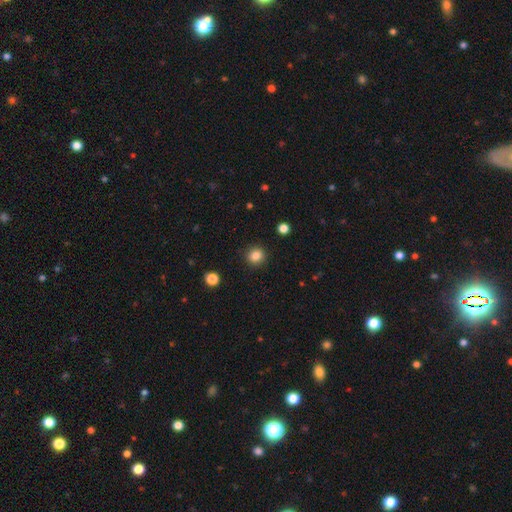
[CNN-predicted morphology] Q: Smooth or featured?
A: smooth (84%); runner-up: star or artifact (11%)
Q: How rounded?
A: round (89%); runner-up: in between (10%)
Q: Merging?
A: none (91%); runner-up: minor disturbance (6%)